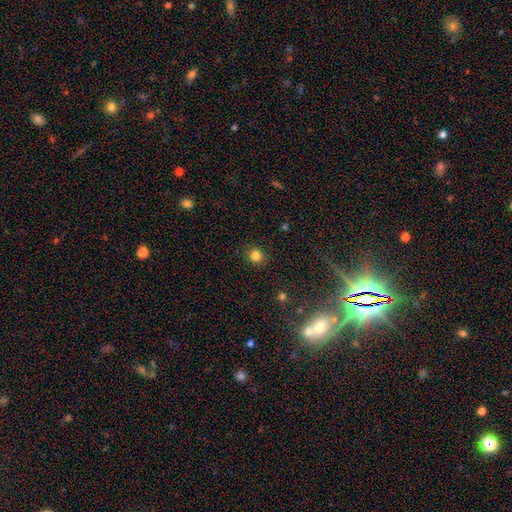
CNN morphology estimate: smooth 83%, star or artifact 13%, featured or disk 4%. Down the decision tree: how rounded — round (87%); merging — none (90%).